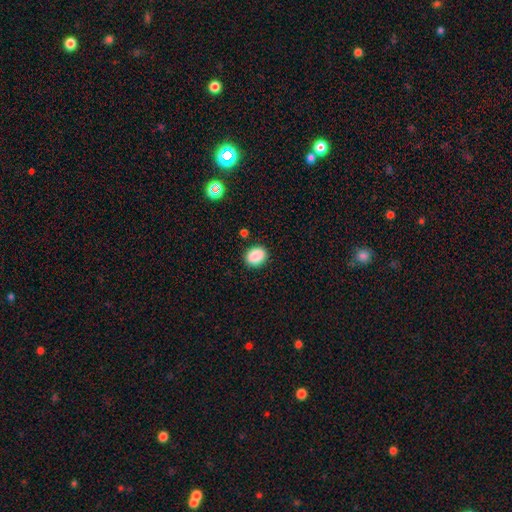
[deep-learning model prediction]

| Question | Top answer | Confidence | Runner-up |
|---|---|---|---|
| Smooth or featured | smooth | 88% | star or artifact (8%) |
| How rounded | in between | 53% | round (47%) |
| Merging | none | 88% | minor disturbance (8%) |